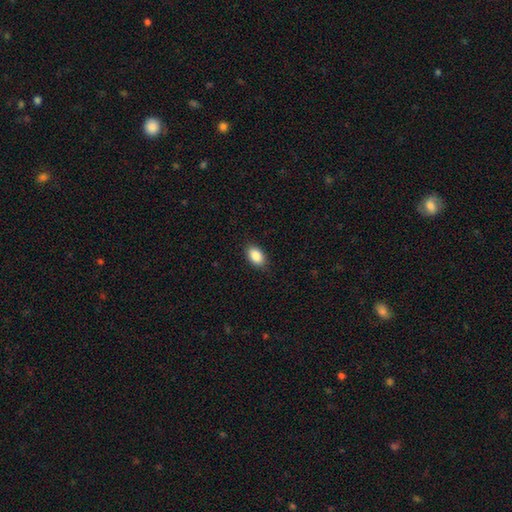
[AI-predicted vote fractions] Morphology: type=smooth (88%); roundness=in between (90%); merging=none (87%).